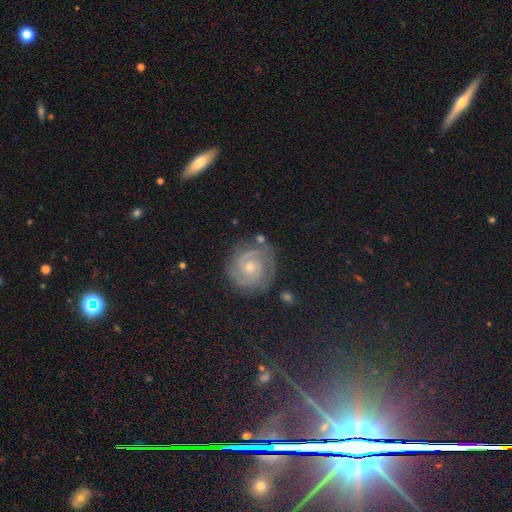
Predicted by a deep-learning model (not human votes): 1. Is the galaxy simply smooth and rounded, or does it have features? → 74% featured or disk, 14% star or artifact, 12% smooth.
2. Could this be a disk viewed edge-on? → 97% no, 3% yes.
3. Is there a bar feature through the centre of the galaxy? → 69% no, 25% weak, 6% strong.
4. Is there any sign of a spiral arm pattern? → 95% yes, 5% no.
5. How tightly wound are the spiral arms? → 72% tight, 23% medium, 5% loose.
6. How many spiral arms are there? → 60% 2, 16% can't tell, 12% 3, 4% 1, 4% 4, 4% more than 4.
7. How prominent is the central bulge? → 55% small, 40% moderate, 2% large, 2% none, 1% dominant.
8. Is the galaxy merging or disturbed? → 80% none, 13% minor disturbance, 4% major disturbance, 2% merger.